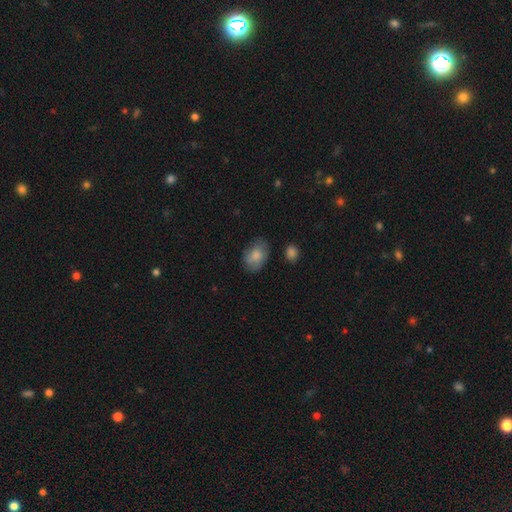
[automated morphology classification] A smooth galaxy with no disk features (80%) that is in between round and cigar-shaped (80%).

Vote fractions:
- Smooth or featured? smooth: 80% / featured or disk: 13% / star or artifact: 7%
- How rounded? in between: 80% / round: 19% / cigar-shaped: 1%
- Merging? none: 68% / minor disturbance: 23% / major disturbance: 7% / merger: 3%